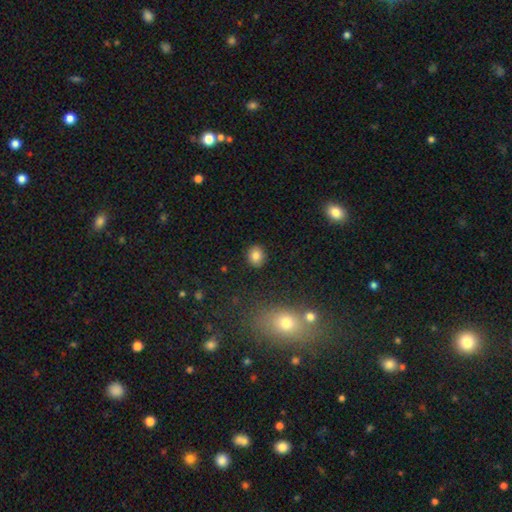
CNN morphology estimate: Q: Smooth or featured?
A: smooth (84%); runner-up: star or artifact (10%)
Q: How rounded?
A: round (71%); runner-up: in between (28%)
Q: Merging?
A: none (89%); runner-up: minor disturbance (7%)